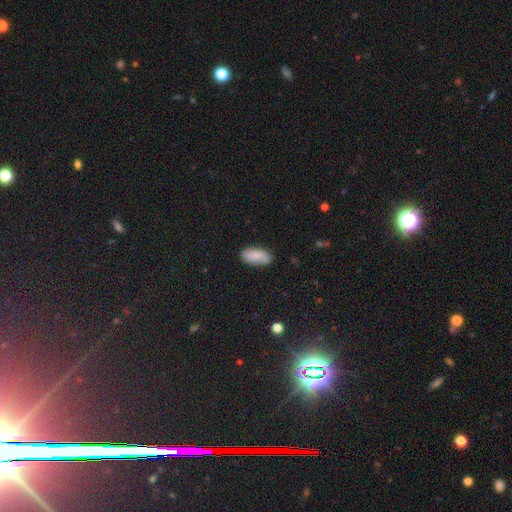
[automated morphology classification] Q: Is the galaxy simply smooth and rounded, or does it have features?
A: smooth — 75%.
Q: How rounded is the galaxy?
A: in between — 88%.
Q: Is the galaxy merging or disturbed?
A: none — 82%.